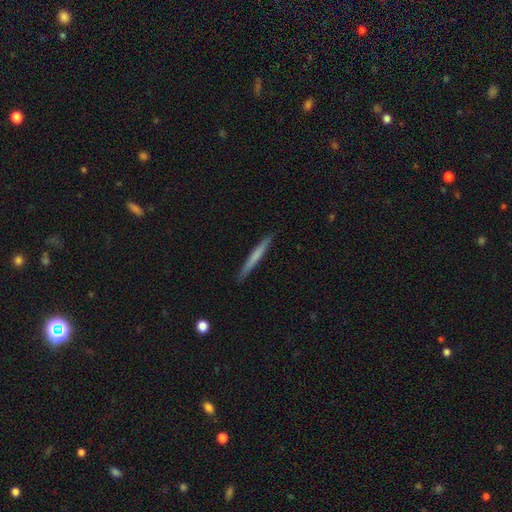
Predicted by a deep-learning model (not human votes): Smooth or featured? smooth (60%)
How rounded? cigar-shaped (97%)
Merging? none (91%)